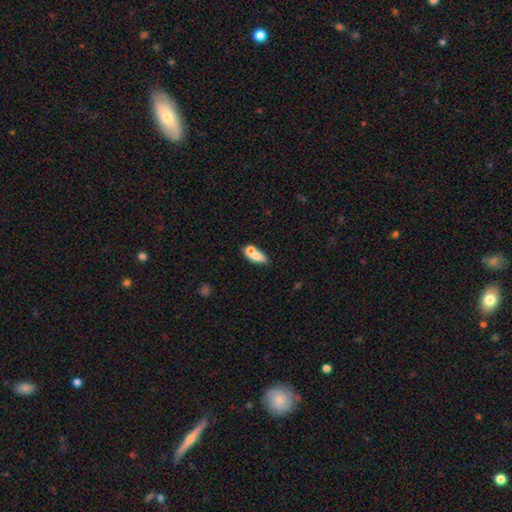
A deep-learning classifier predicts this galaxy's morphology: A smooth galaxy with no disk features (72%) that is in between round and cigar-shaped (75%). Merging: merger (46%).